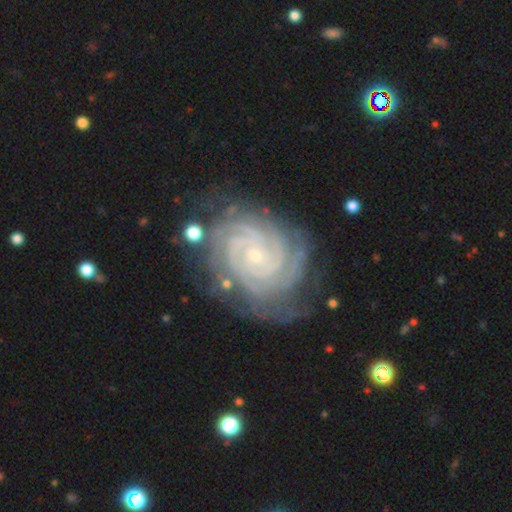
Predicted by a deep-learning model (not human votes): This is clearly a featured or disk galaxy (91%). It is clearly not viewed edge-on (98%). Bar: likely no (70%). Spiral arm pattern: clearly yes (99%). Spiral arm count: marginally 4 (28%). Spiral winding: clearly tight (85%). Central bulge: clearly small (83%). Merging: likely none (76%).